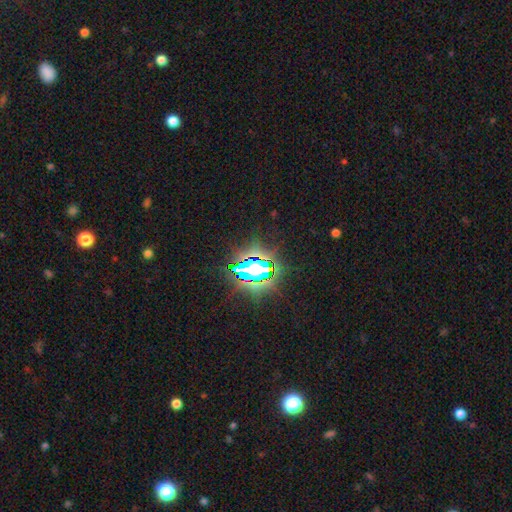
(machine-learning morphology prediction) type=star or artifact (82%).